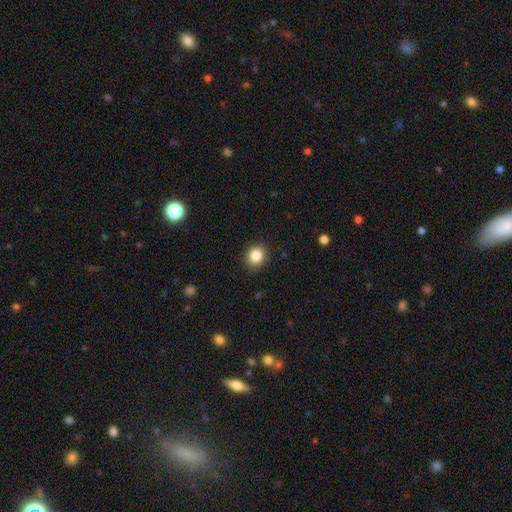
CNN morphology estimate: smooth-or-featured: smooth: 86% | star or artifact: 10% | featured or disk: 4%
  how-rounded: round: 68% | in between: 31% | cigar-shaped: 1%
  merging: none: 89% | minor disturbance: 8% | major disturbance: 2% | merger: 1%